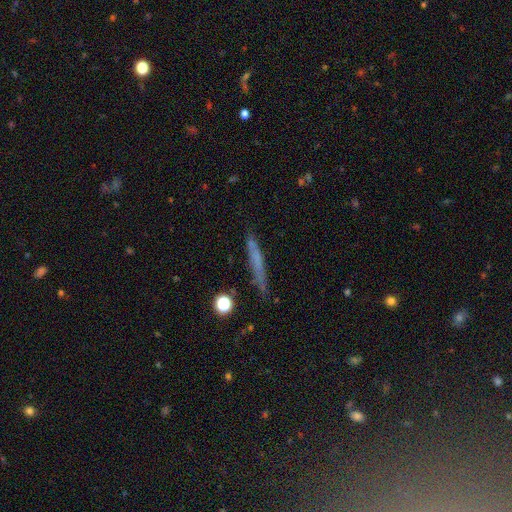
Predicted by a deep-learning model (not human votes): Smooth or featured?
  - smooth: 54% *
  - featured or disk: 36%
  - star or artifact: 10%
How rounded?
  - cigar-shaped: 94% *
  - in between: 4%
  - round: 2%
Merging?
  - none: 81% *
  - minor disturbance: 13%
  - major disturbance: 3%
  - merger: 2%